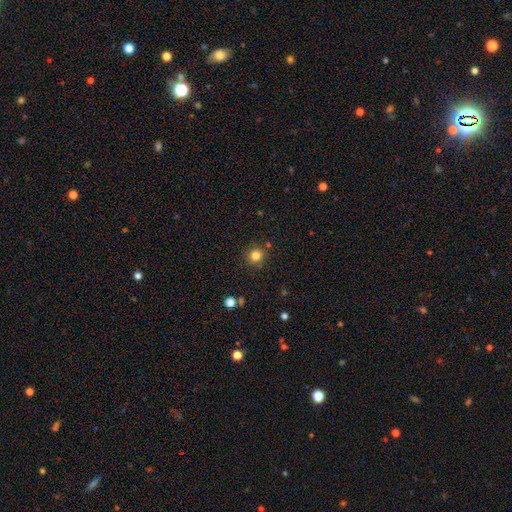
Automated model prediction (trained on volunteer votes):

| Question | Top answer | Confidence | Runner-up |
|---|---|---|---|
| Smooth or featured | smooth | 82% | star or artifact (13%) |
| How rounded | round | 94% | in between (6%) |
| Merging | none | 85% | minor disturbance (8%) |